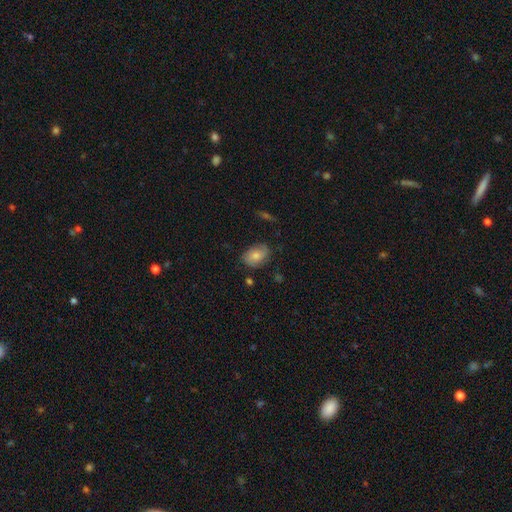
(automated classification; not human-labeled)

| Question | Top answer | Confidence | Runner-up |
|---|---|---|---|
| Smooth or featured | smooth | 64% | featured or disk (28%) |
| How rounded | in between | 79% | round (20%) |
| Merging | none | 72% | minor disturbance (21%) |